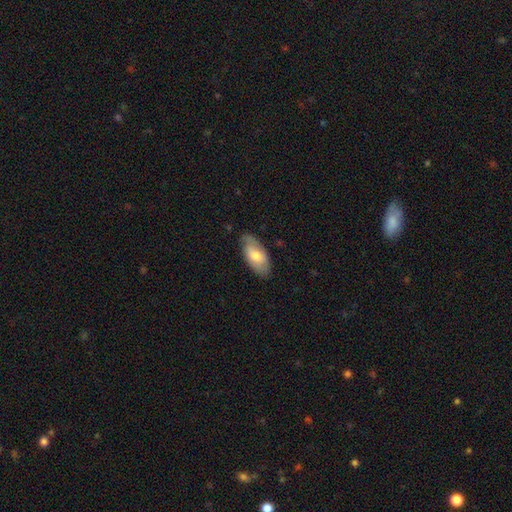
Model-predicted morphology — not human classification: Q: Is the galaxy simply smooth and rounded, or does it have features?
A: smooth — 67%.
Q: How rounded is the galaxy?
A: in between — 92%.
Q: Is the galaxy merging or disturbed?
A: none — 76%.